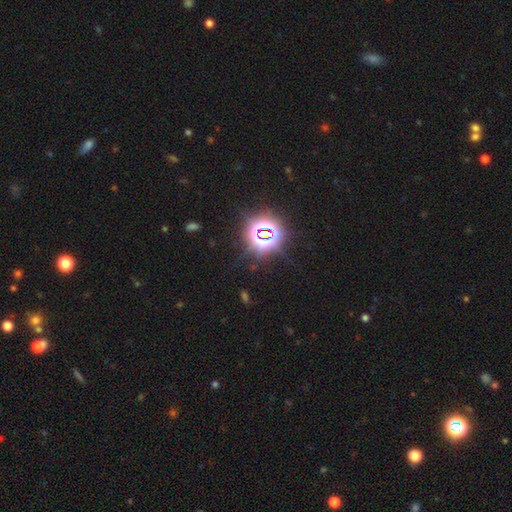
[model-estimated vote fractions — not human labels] The model was most divided on "smooth or featured": star or artifact: 81%, smooth: 13%, featured or disk: 6%.